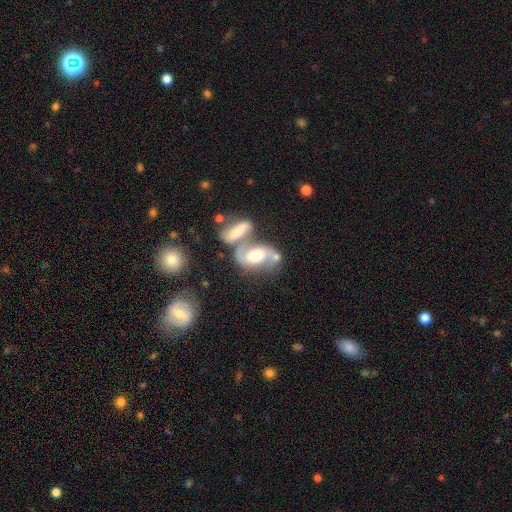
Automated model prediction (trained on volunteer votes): Morphology: type=featured or disk (70%); edge-on=no (94%); bar=no (50%); spiral arms=yes (85%); winding=loose (44%); arm count=2 (85%); bulge=moderate (46%); merging=merger (60%).